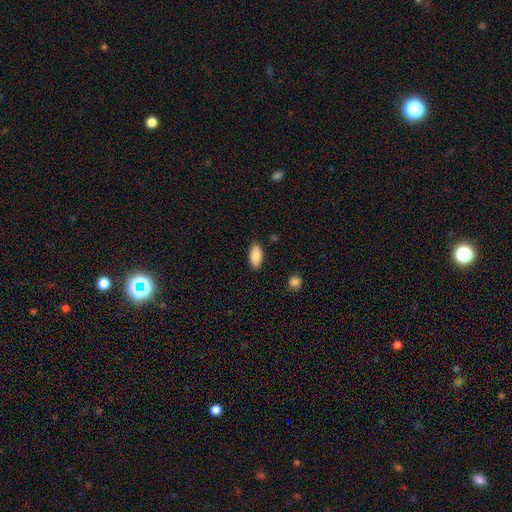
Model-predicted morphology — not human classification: Smooth or featured? Predicted: smooth (p=0.87). How rounded? Predicted: in between (p=0.91). Merging? Predicted: none (p=0.85).